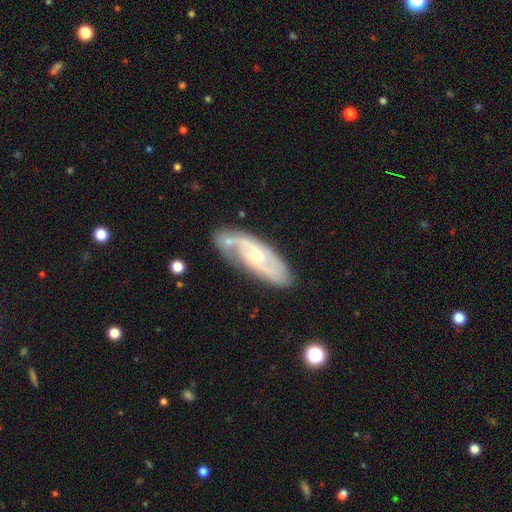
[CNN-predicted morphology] type=featured or disk (78%); edge-on=no (89%); bar=no (53%); spiral arms=yes (93%); winding=medium (46%); arm count=2 (64%); bulge=small (60%); merging=none (67%).